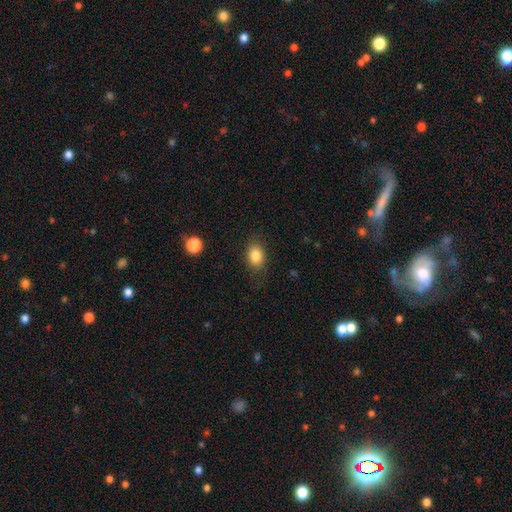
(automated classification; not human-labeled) Smooth or featured?
  - smooth: 84% *
  - star or artifact: 9%
  - featured or disk: 7%
How rounded?
  - in between: 74% *
  - round: 25%
  - cigar-shaped: 1%
Merging?
  - none: 82% *
  - minor disturbance: 13%
  - major disturbance: 4%
  - merger: 1%